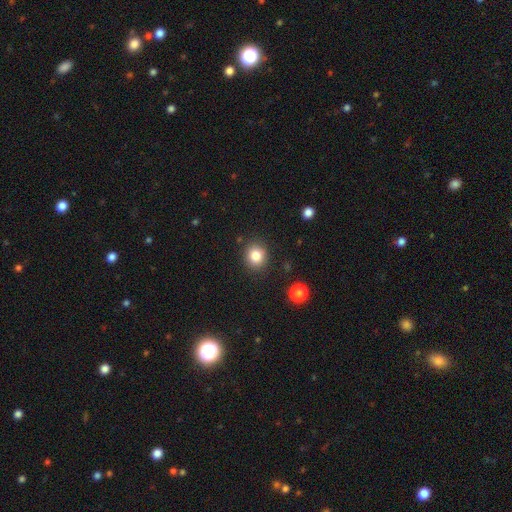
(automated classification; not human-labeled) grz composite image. It shows a smooth galaxy with no disk features (83%) that is round (80%). Merging: none (88%).